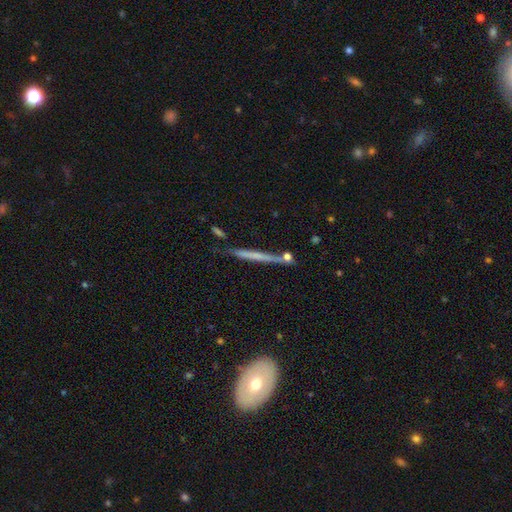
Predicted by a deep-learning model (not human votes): A featured or disk galaxy (52%) viewed edge-on (95%). Merging: none (76%).